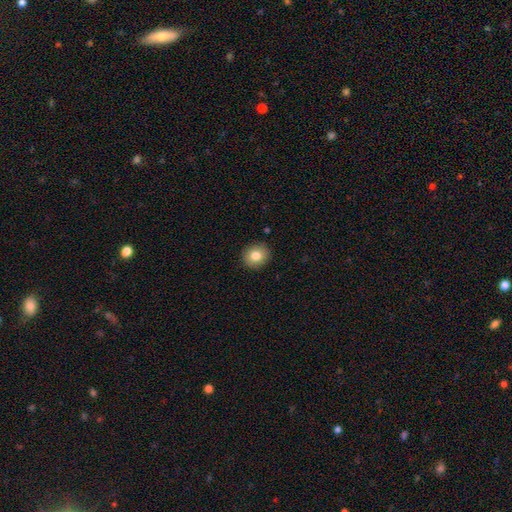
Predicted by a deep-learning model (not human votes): smooth-or-featured: smooth: 81% | featured or disk: 10% | star or artifact: 9%
  how-rounded: round: 75% | in between: 24% | cigar-shaped: 1%
  merging: none: 91% | minor disturbance: 7% | major disturbance: 2% | merger: 1%